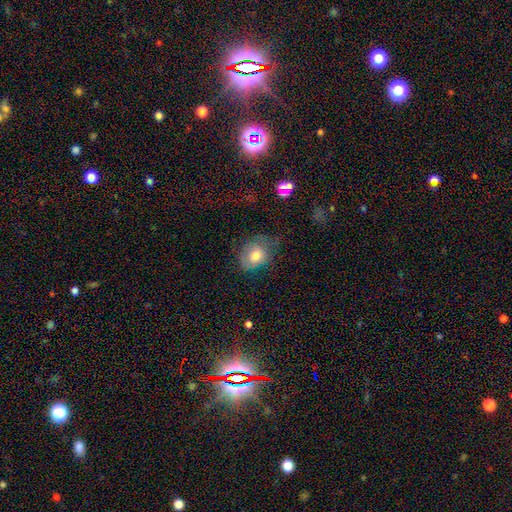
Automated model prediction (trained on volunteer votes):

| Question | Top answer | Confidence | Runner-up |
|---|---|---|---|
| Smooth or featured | smooth | 71% | featured or disk (19%) |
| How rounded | in between | 58% | round (41%) |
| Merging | none | 44% | minor disturbance (34%) |